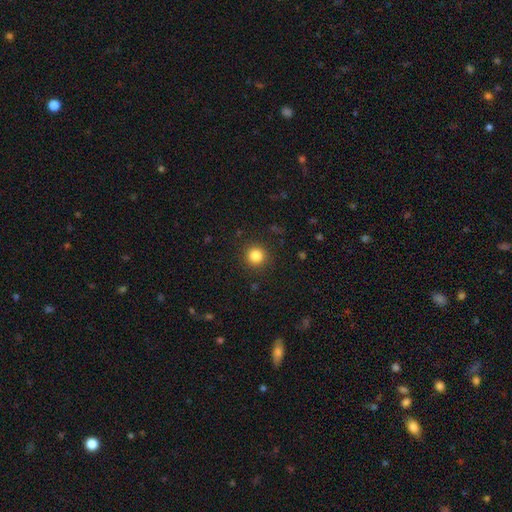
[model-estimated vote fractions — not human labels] This appears to be a smooth galaxy with no disk features (84%) that is round (94%). Merging: none (90%).